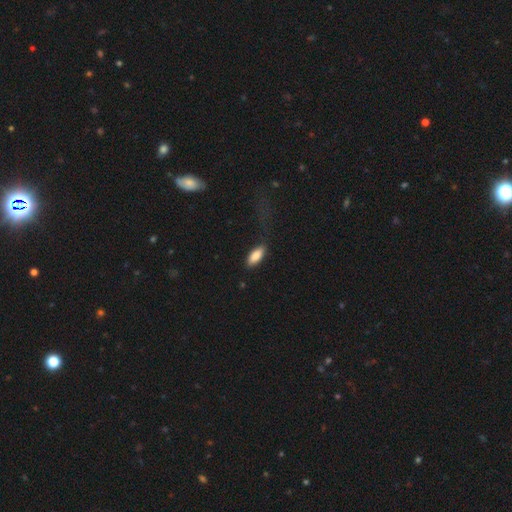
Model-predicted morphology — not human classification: Smooth or featured? Predicted: smooth (p=0.85). How rounded? Predicted: in between (p=0.83). Merging? Predicted: none (p=0.78).